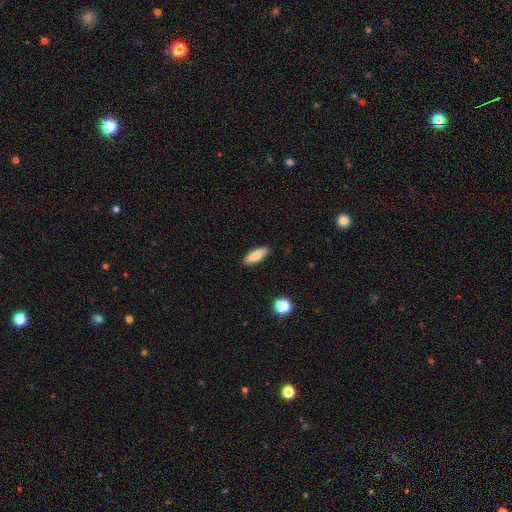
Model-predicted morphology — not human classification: Overall: smooth (82%). How rounded: in between (64%; cigar-shaped 34%). Merging: none (89%).